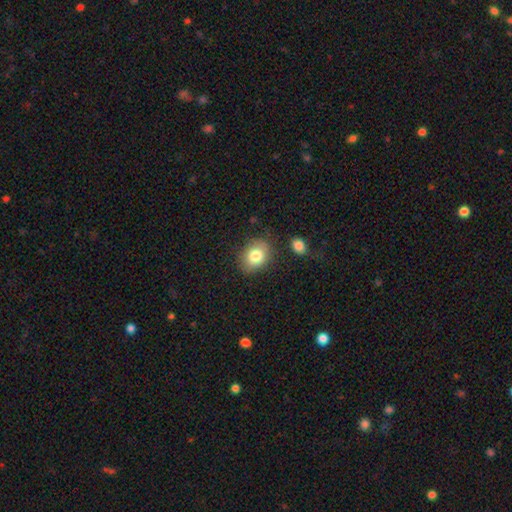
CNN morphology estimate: smooth-or-featured: smooth: 81% | featured or disk: 10% | star or artifact: 9%
  how-rounded: in between: 52% | round: 47% | cigar-shaped: 1%
  merging: none: 78% | minor disturbance: 15% | major disturbance: 4% | merger: 4%